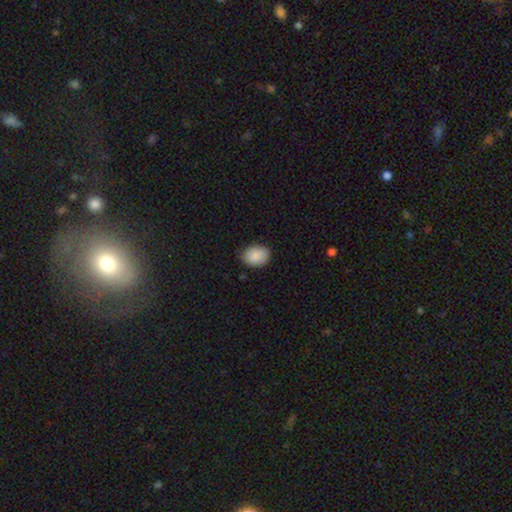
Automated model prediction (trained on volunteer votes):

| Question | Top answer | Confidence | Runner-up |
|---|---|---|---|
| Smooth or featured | smooth | 89% | star or artifact (7%) |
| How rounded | in between | 68% | round (31%) |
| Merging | none | 83% | minor disturbance (13%) |